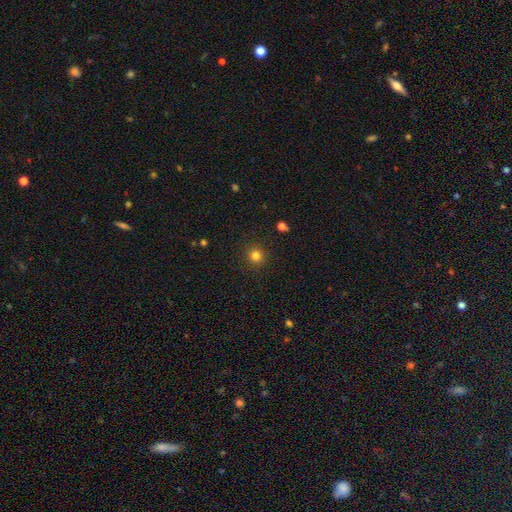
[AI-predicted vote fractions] A smooth galaxy with no disk features (81%) that is round (94%).

Vote fractions:
- Smooth or featured? smooth: 81% / star or artifact: 14% / featured or disk: 5%
- How rounded? round: 94% / in between: 6% / cigar-shaped: 1%
- Merging? none: 91% / minor disturbance: 6% / major disturbance: 2% / merger: 1%